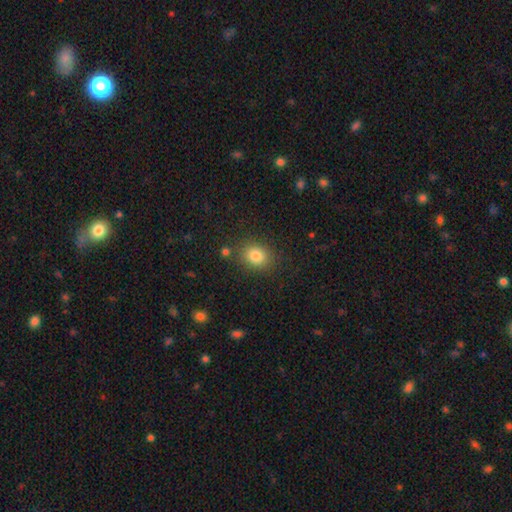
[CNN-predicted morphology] Smooth or featured? Predicted: smooth (p=0.83). How rounded? Predicted: round (p=0.51). Merging? Predicted: none (p=0.81).